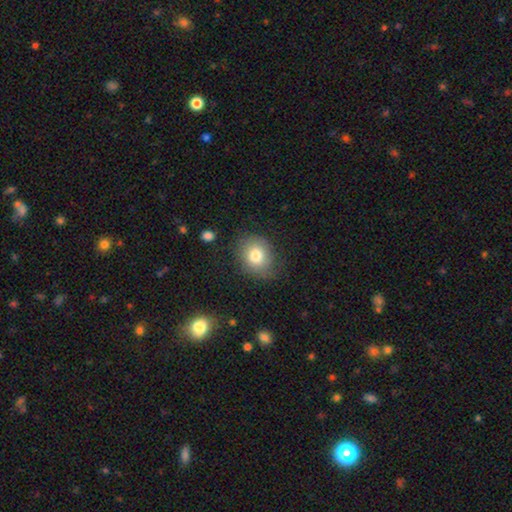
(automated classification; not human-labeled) Morphology: type=smooth (79%); roundness=round (60%); merging=none (75%).